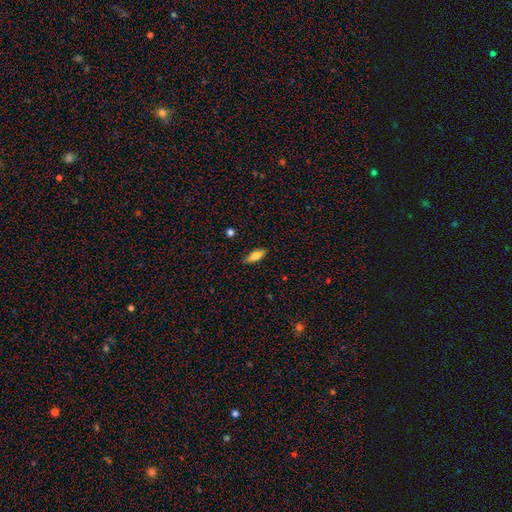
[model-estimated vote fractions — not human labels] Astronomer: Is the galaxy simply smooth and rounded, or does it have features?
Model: smooth — 75%.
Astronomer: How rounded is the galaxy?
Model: in between — 67%.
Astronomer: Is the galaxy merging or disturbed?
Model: none — 84%.